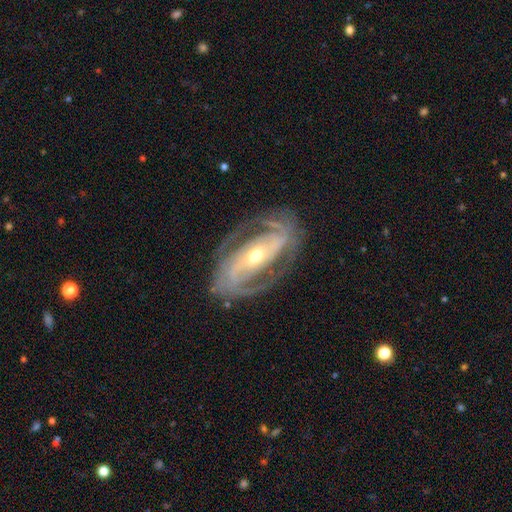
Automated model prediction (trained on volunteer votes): This appears to be a featured or disk galaxy (91%) with a strong bar (44%), 2 (78%) tight (47%) spiral arms (97%) and a moderate central bulge (57%). Merging: none (79%).